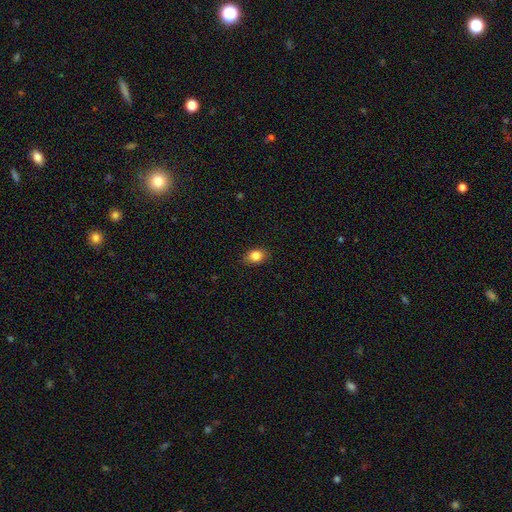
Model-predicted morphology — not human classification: This is clearly a smooth galaxy (84%). How rounded: likely in between (67%). Merging: clearly none (85%).